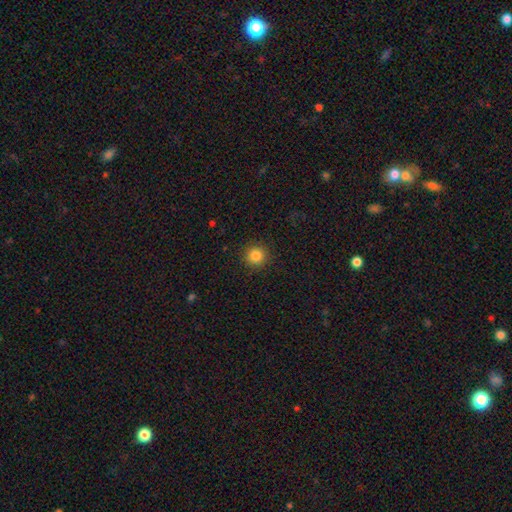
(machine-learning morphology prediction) smooth_or_featured: smooth (p=0.84) [alt: star or artifact p=0.12]
how_rounded: round (p=0.95) [alt: in between p=0.04]
merging: none (p=0.92) [alt: minor disturbance p=0.05]